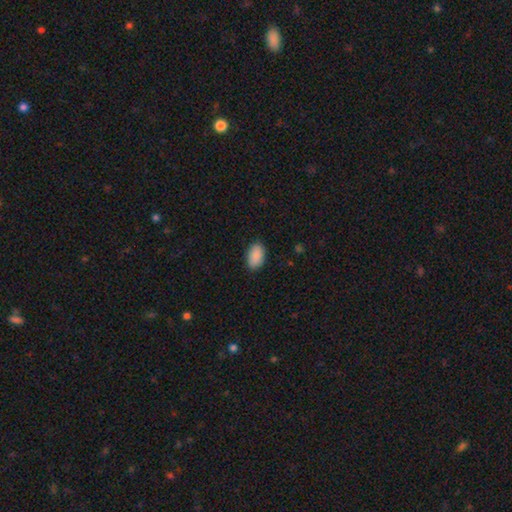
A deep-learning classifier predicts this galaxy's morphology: A smooth galaxy with no disk features (90%) that is in between round and cigar-shaped (93%). Merging: none (87%).